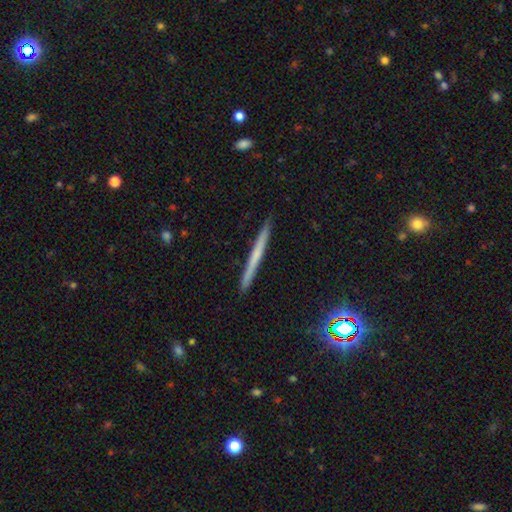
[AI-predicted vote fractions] featured or disk 46%, smooth 45%, star or artifact 9%. Down the decision tree: merging — none (92%).